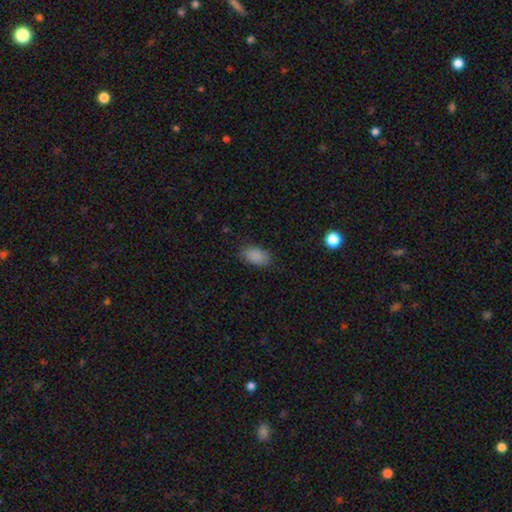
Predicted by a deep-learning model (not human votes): Smooth or featured? Predicted: smooth (p=0.87). How rounded? Predicted: in between (p=0.92). Merging? Predicted: none (p=0.80).